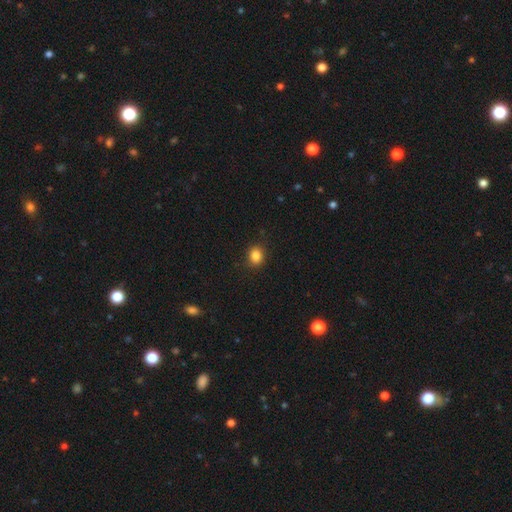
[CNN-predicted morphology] The model was most divided on "how rounded": round: 69%, in between: 30%, cigar-shaped: 1%. More confident: merging — none (88%); smooth or featured — smooth (85%).